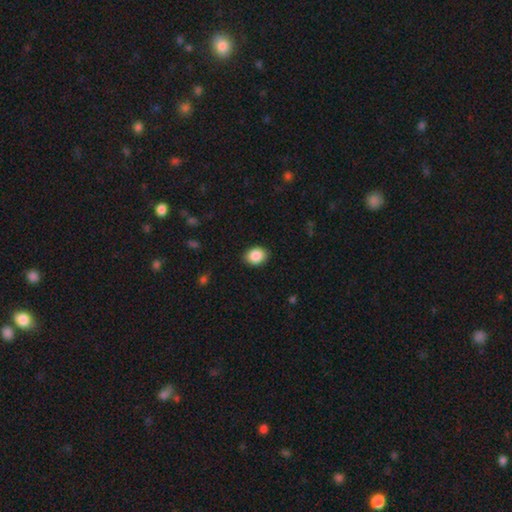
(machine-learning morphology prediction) A smooth galaxy with no disk features (89%) that is in between round and cigar-shaped (51%).

Vote fractions:
- Smooth or featured? smooth: 89% / star or artifact: 8% / featured or disk: 4%
- How rounded? in between: 51% / round: 48% / cigar-shaped: 1%
- Merging? none: 87% / minor disturbance: 9% / major disturbance: 2% / merger: 1%